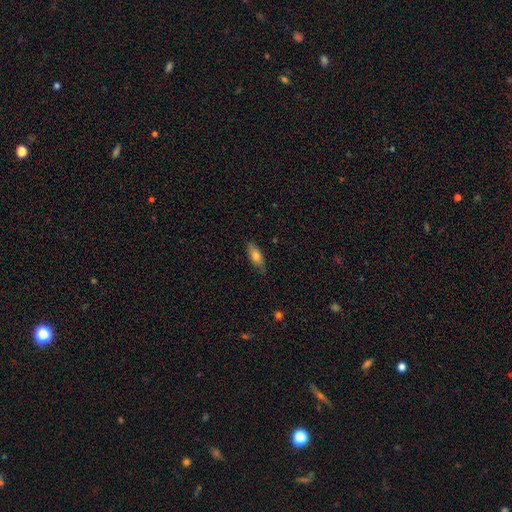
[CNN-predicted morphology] Q: Smooth or featured?
A: smooth (73%); runner-up: featured or disk (20%)
Q: How rounded?
A: in between (71%); runner-up: cigar-shaped (26%)
Q: Merging?
A: none (80%); runner-up: minor disturbance (16%)